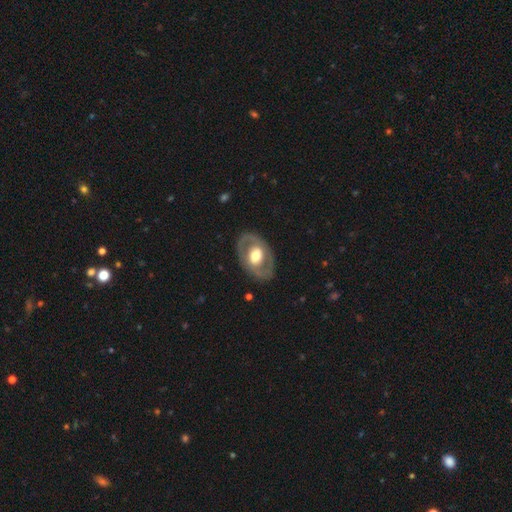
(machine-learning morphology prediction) Smooth or featured?
  - featured or disk: 66% *
  - smooth: 29%
  - star or artifact: 4%
Edge-on disk?
  - no: 93% *
  - yes: 7%
Bar?
  - no: 65% *
  - weak: 25%
  - strong: 11%
Spiral arms?
  - no: 61% *
  - yes: 39%
Bulge size?
  - moderate: 56% *
  - large: 36%
  - small: 5%
  - dominant: 2%
  - none: 1%
Merging?
  - none: 82% *
  - minor disturbance: 11%
  - major disturbance: 5%
  - merger: 1%